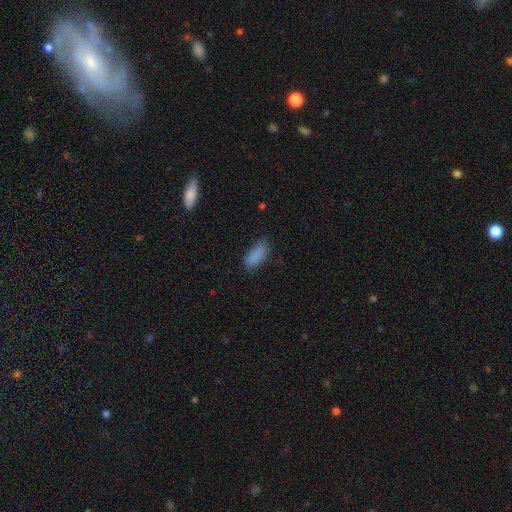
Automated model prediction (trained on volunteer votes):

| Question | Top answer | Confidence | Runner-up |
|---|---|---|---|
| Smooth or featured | smooth | 86% | star or artifact (9%) |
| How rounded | in between | 78% | cigar-shaped (19%) |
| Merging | none | 63% | minor disturbance (27%) |